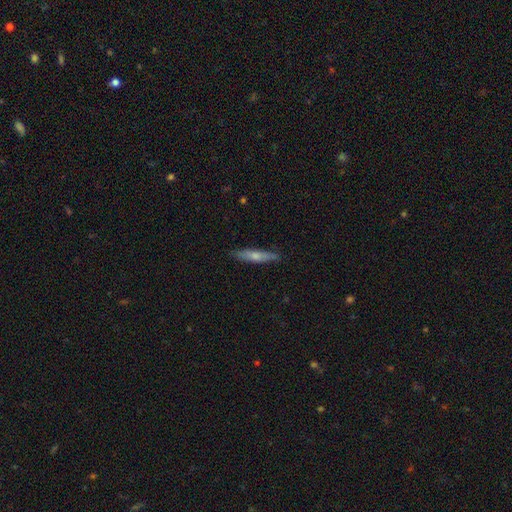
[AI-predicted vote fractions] Q: Smooth or featured?
A: smooth (58%); runner-up: featured or disk (36%)
Q: How rounded?
A: cigar-shaped (85%); runner-up: in between (13%)
Q: Merging?
A: none (87%); runner-up: minor disturbance (11%)